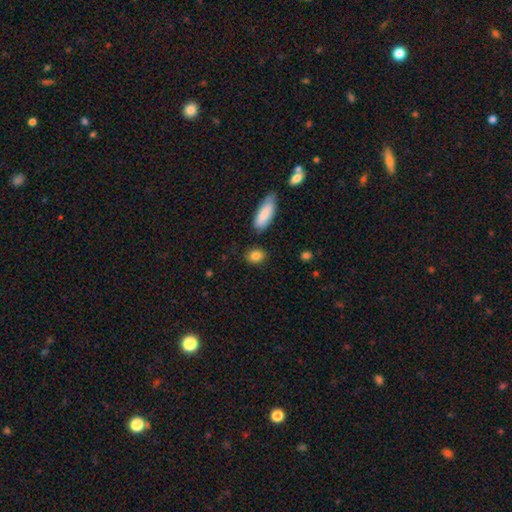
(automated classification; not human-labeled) Smooth or featured?
  - smooth: 85% *
  - star or artifact: 8%
  - featured or disk: 7%
How rounded?
  - in between: 57% *
  - round: 39%
  - cigar-shaped: 4%
Merging?
  - none: 83% *
  - minor disturbance: 11%
  - merger: 3%
  - major disturbance: 3%